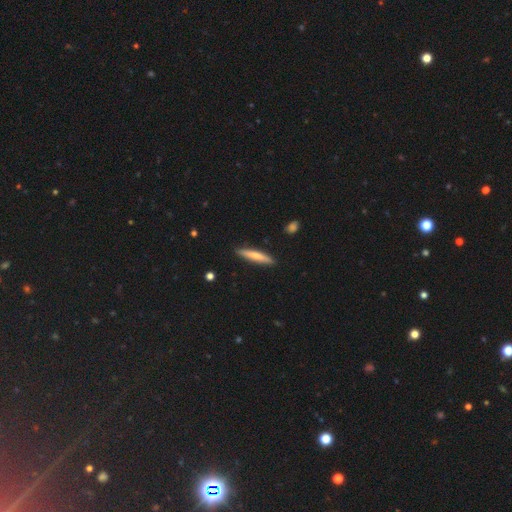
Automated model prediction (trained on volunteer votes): Smooth or featured? Predicted: smooth (p=0.66). How rounded? Predicted: cigar-shaped (p=0.92). Merging? Predicted: none (p=0.90).